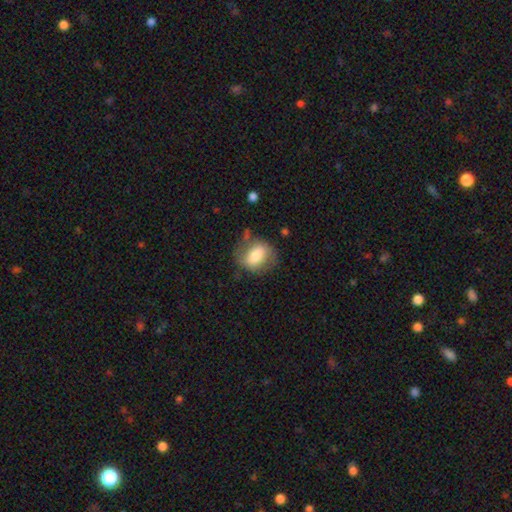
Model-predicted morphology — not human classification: smooth-or-featured: smooth: 63% | featured or disk: 30% | star or artifact: 7%
  how-rounded: in between: 54% | round: 45% | cigar-shaped: 2%
  merging: none: 59% | minor disturbance: 25% | major disturbance: 13% | merger: 3%